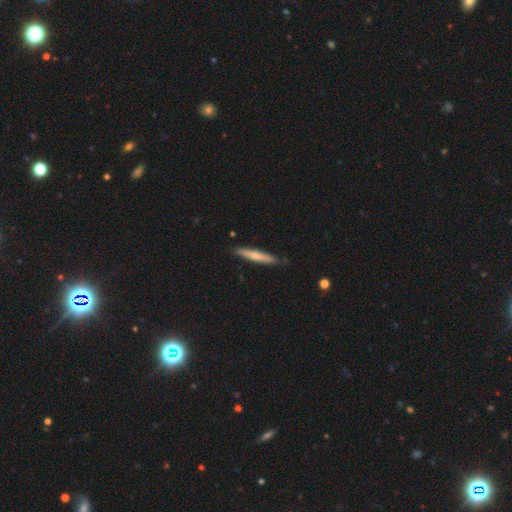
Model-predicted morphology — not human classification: Smooth or featured? smooth (58%)
How rounded? cigar-shaped (93%)
Merging? none (86%)